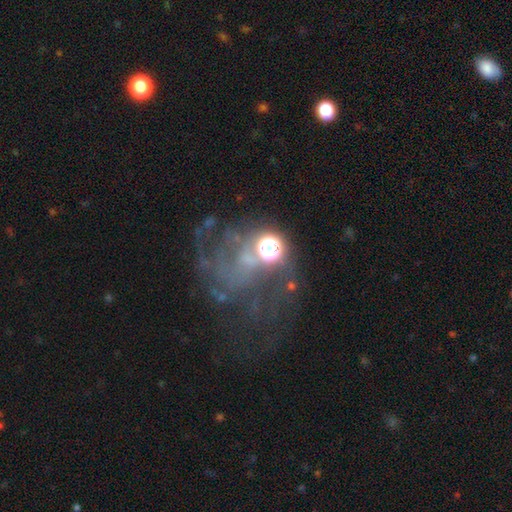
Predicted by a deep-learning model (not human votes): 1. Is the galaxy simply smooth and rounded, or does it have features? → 53% featured or disk, 28% star or artifact, 19% smooth.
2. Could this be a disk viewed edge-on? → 97% no, 3% yes.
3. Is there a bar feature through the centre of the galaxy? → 83% no, 13% weak, 4% strong.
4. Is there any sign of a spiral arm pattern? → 62% no, 38% yes.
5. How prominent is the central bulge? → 37% none, 28% moderate, 25% small, 7% large, 3% dominant.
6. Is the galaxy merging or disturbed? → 40% major disturbance, 38% none, 14% minor disturbance, 8% merger.